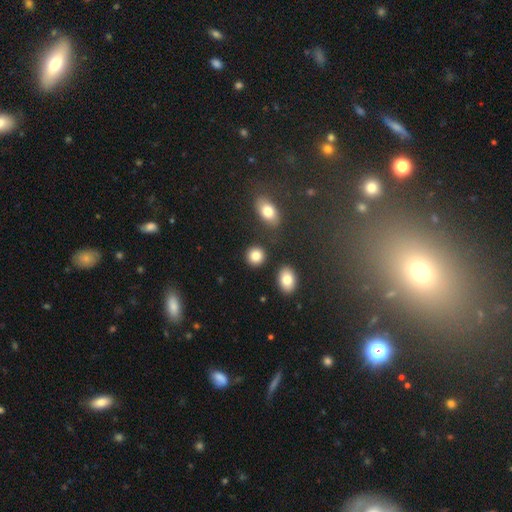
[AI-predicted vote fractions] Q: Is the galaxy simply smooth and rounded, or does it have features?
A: smooth — 85%.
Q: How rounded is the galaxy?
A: round — 81%.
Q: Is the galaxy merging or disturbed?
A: none — 85%.